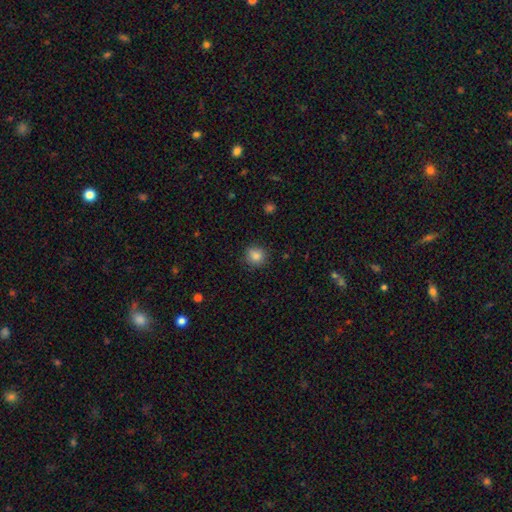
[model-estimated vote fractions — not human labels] Morphology: type=smooth (85%); roundness=round (90%); merging=none (87%).